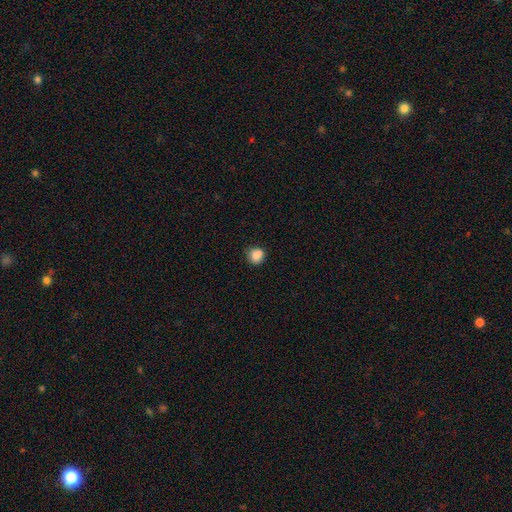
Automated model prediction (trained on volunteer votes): Smooth or featured?
  - smooth: 84% *
  - star or artifact: 10%
  - featured or disk: 6%
How rounded?
  - round: 78% *
  - in between: 21%
  - cigar-shaped: 1%
Merging?
  - none: 71% *
  - minor disturbance: 21%
  - merger: 5%
  - major disturbance: 4%